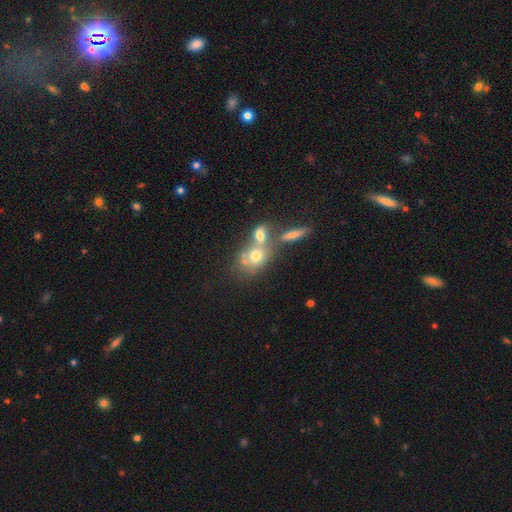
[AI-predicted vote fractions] smooth_or_featured: smooth (p=0.63) [alt: featured or disk p=0.24]
how_rounded: in between (p=0.49) [alt: round p=0.48]
merging: merger (p=0.55) [alt: none p=0.29]